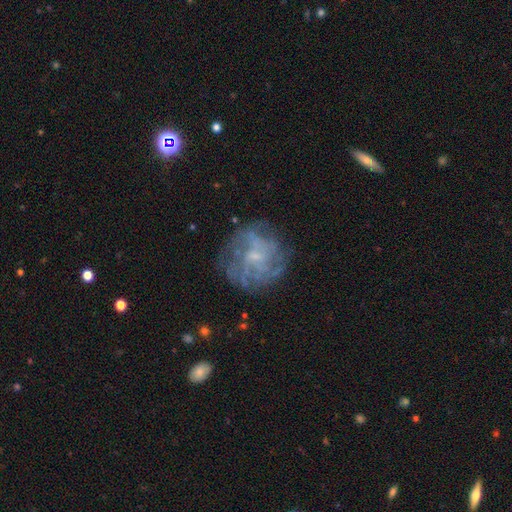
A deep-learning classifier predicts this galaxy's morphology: A featured or disk galaxy (67%) with no bar (64%), spiral arms (68%) and a small central bulge (61%).

Vote fractions:
- Smooth or featured? featured or disk: 67% / smooth: 20% / star or artifact: 13%
- Edge-on disk? no: 97% / yes: 3%
- Bar? no: 64% / weak: 31% / strong: 5%
- Spiral arms? yes: 68% / no: 32%
- Bulge size? small: 61% / moderate: 22% / none: 15% / large: 2% / dominant: 1%
- Merging? none: 73% / minor disturbance: 15% / major disturbance: 10% / merger: 2%